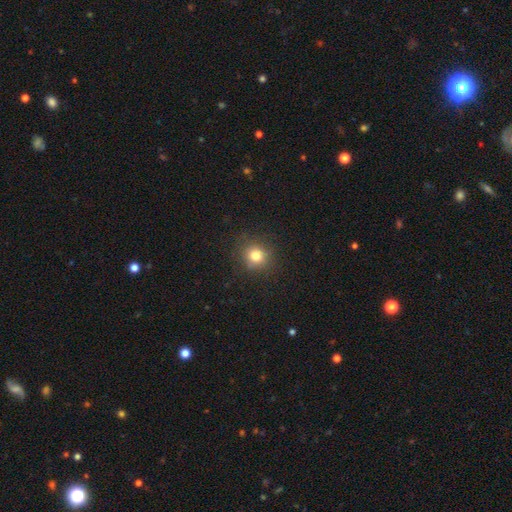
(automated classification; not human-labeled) Smooth or featured? Predicted: smooth (p=0.79). How rounded? Predicted: round (p=0.89). Merging? Predicted: none (p=0.87).